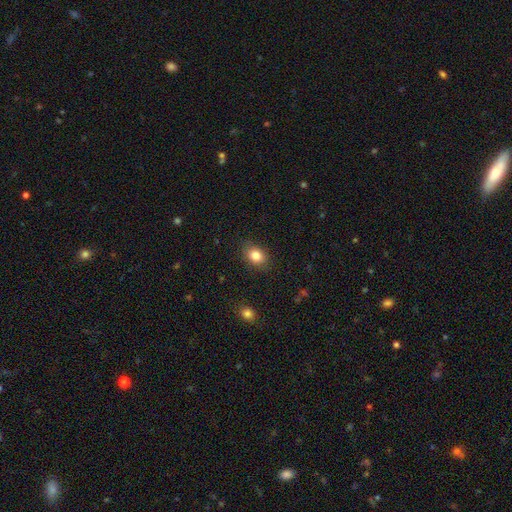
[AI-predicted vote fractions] smooth_or_featured: smooth (p=0.83) [alt: star or artifact p=0.09]
how_rounded: in between (p=0.69) [alt: round p=0.30]
merging: none (p=0.84) [alt: minor disturbance p=0.12]